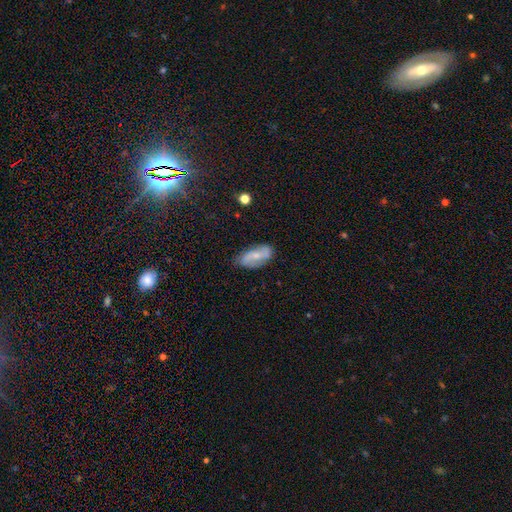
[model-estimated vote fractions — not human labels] Smooth or featured? Predicted: featured or disk (p=0.61). Edge-on disk? Predicted: no (p=0.93). Bar? Predicted: no (p=0.42). Spiral arms? Predicted: yes (p=0.88). Spiral winding? Predicted: loose (p=0.49). Spiral arm count? Predicted: 2 (p=0.88). Bulge size? Predicted: small (p=0.56). Merging? Predicted: none (p=0.78).